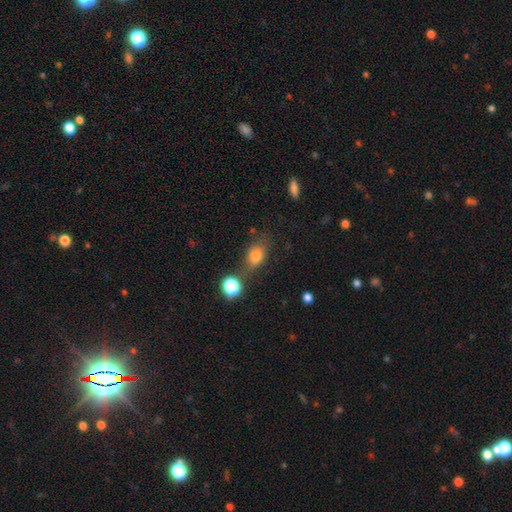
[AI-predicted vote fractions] The model was most divided on "how rounded": in between: 69%, round: 29%, cigar-shaped: 2%. More confident: smooth or featured — smooth (77%); merging — none (67%).